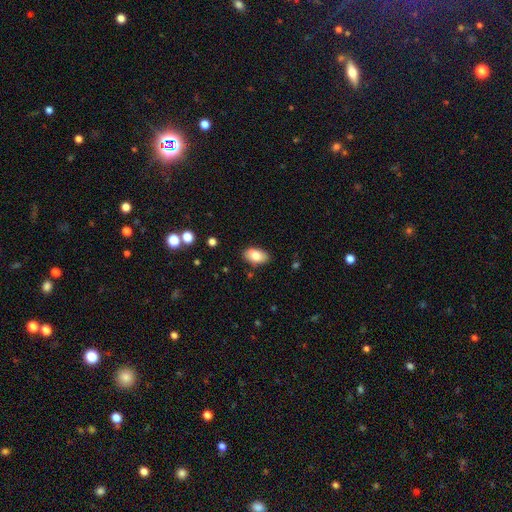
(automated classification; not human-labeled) Smooth or featured? Predicted: smooth (p=0.80). How rounded? Predicted: in between (p=0.93). Merging? Predicted: none (p=0.86).